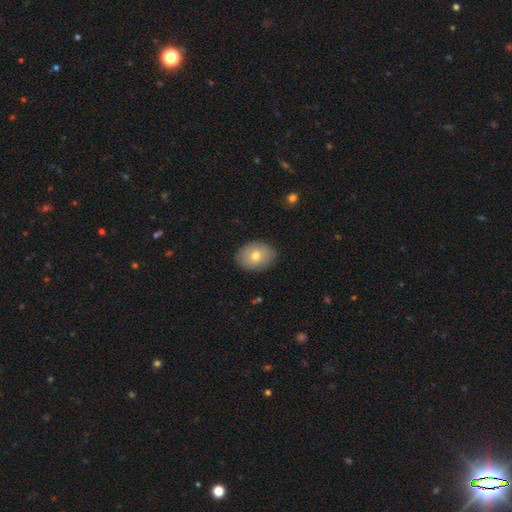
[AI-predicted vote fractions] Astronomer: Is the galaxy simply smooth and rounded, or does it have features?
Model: smooth — 74%.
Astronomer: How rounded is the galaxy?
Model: in between — 75%.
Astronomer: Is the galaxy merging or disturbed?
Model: none — 88%.